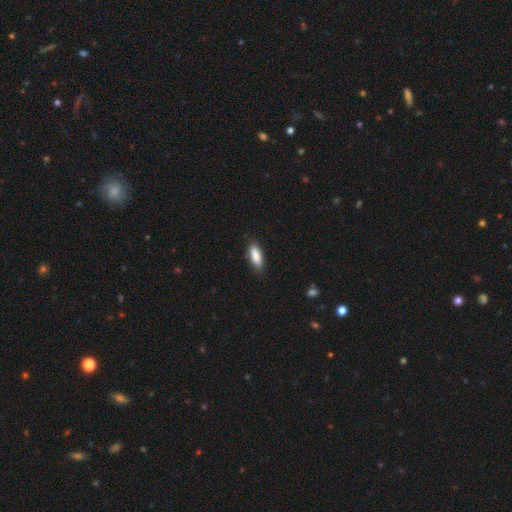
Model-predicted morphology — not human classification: smooth_or_featured: smooth (p=0.87) [alt: featured or disk p=0.07]
how_rounded: in between (p=0.71) [alt: cigar-shaped p=0.27]
merging: none (p=0.84) [alt: minor disturbance p=0.13]